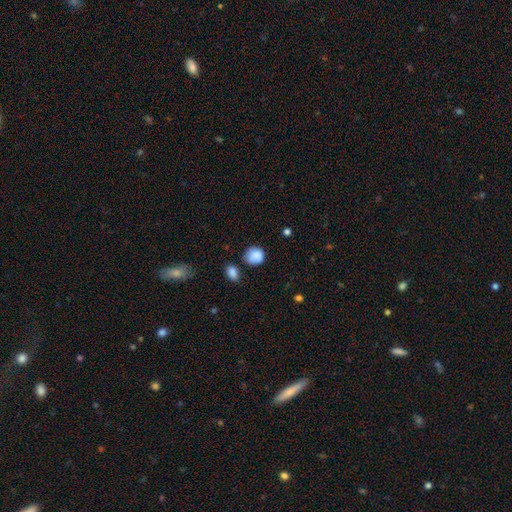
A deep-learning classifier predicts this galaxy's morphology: smooth 87%, star or artifact 8%, featured or disk 5%. Down the decision tree: how rounded — round (81%); merging — none (65%).